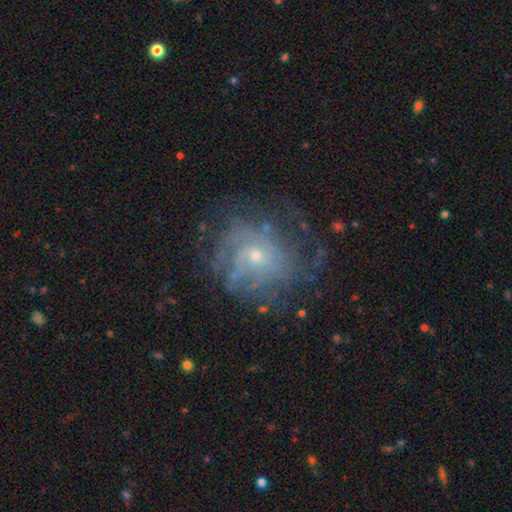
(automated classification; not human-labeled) This is likely a featured or disk galaxy (72%). It is clearly not viewed edge-on (97%). Bar: likely no (76%). Spiral arm pattern: likely yes (79%). Spiral arm count: possibly can't tell (51%). Spiral winding: possibly tight (51%). Central bulge: likely small (70%). Merging: likely none (62%).